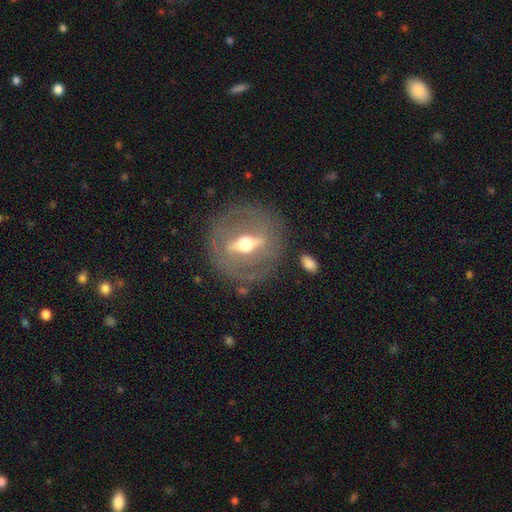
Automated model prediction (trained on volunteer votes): This is likely a featured or disk galaxy (72%). It is likely not viewed edge-on (79%). Bar: possibly strong (57%). Spiral arm pattern: likely no (63%). Central bulge: likely moderate (71%). Merging: likely none (79%).